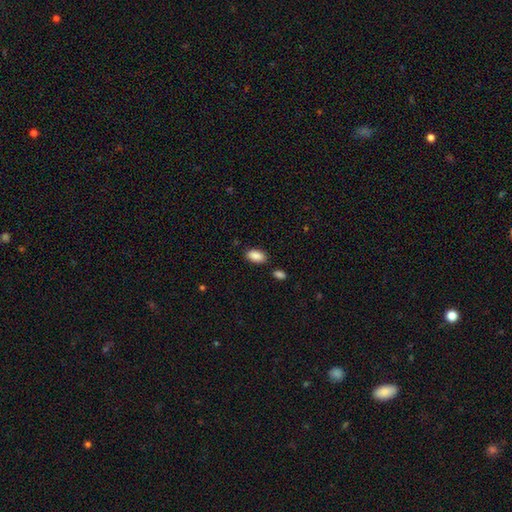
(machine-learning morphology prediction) A smooth galaxy with no disk features (89%) that is in between round and cigar-shaped (93%).

Vote fractions:
- Smooth or featured? smooth: 89% / star or artifact: 7% / featured or disk: 4%
- How rounded? in between: 93% / round: 4% / cigar-shaped: 3%
- Merging? none: 83% / minor disturbance: 10% / merger: 4% / major disturbance: 3%